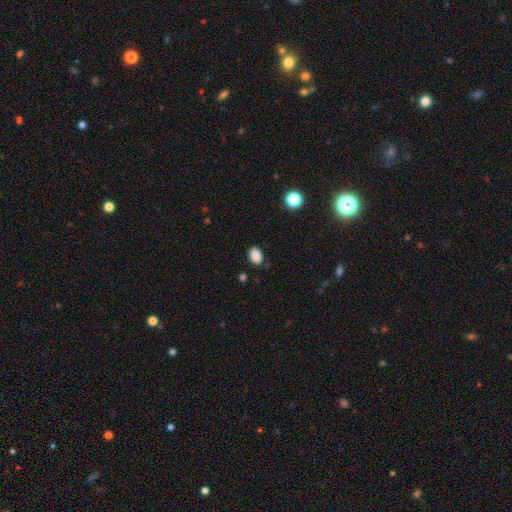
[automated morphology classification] A smooth galaxy with no disk features (87%) that is in between round and cigar-shaped (79%).

Vote fractions:
- Smooth or featured? smooth: 87% / star or artifact: 9% / featured or disk: 3%
- How rounded? in between: 79% / round: 20% / cigar-shaped: 1%
- Merging? none: 83% / minor disturbance: 12% / major disturbance: 3% / merger: 1%